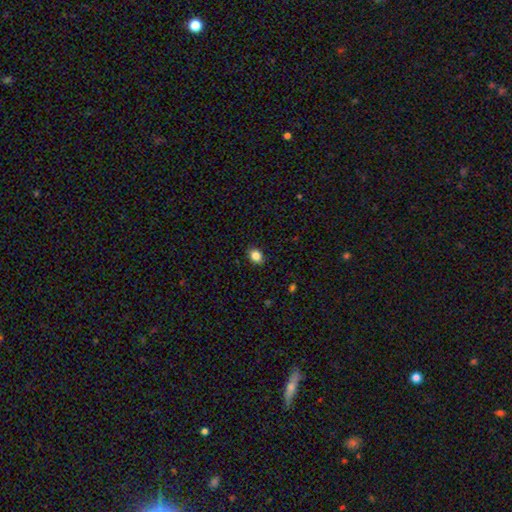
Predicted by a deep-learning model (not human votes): A smooth galaxy with no disk features (85%) that is in between round and cigar-shaped (57%).

Vote fractions:
- Smooth or featured? smooth: 85% / star or artifact: 10% / featured or disk: 5%
- How rounded? in between: 57% / round: 42% / cigar-shaped: 1%
- Merging? none: 88% / minor disturbance: 9% / major disturbance: 2% / merger: 1%